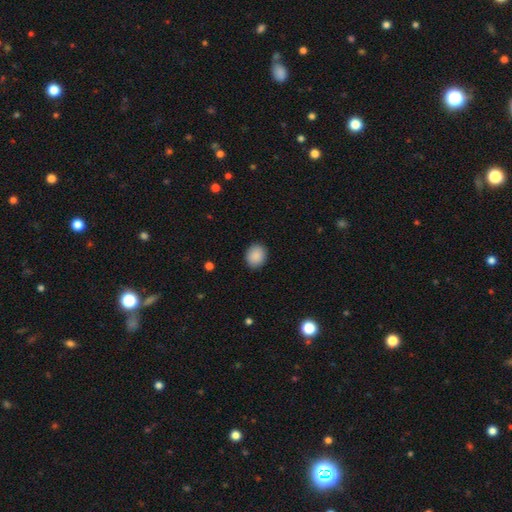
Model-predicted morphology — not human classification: smooth_or_featured: smooth (p=0.90) [alt: star or artifact p=0.07]
how_rounded: round (p=0.64) [alt: in between p=0.35]
merging: none (p=0.90) [alt: minor disturbance p=0.08]